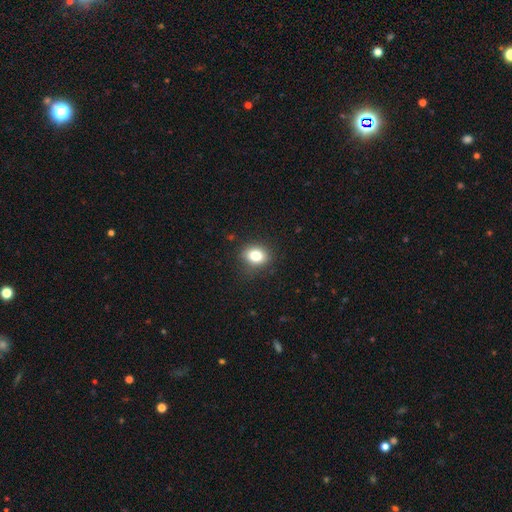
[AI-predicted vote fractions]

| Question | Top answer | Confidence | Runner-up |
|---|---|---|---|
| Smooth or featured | smooth | 82% | star or artifact (11%) |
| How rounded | in between | 53% | round (46%) |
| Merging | none | 85% | minor disturbance (11%) |